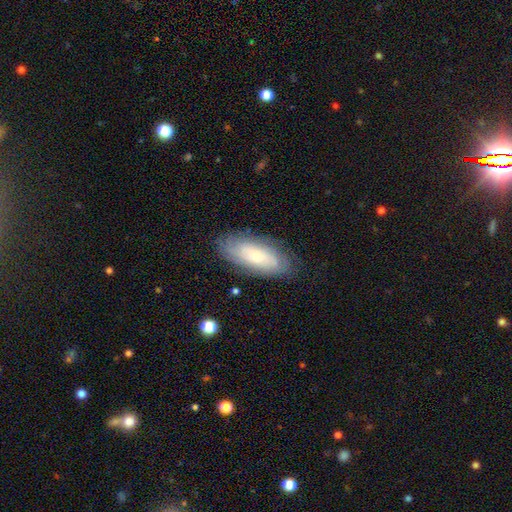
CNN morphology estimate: This appears to be a featured or disk galaxy (47%). Merging: none (79%).